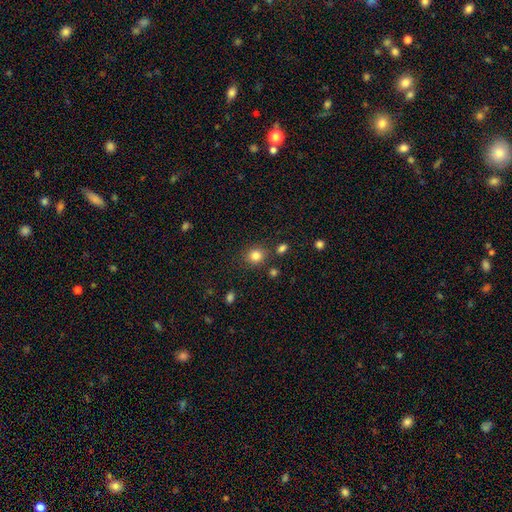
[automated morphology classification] smooth-or-featured: smooth: 83% | star or artifact: 12% | featured or disk: 5%
  how-rounded: round: 82% | in between: 17% | cigar-shaped: 1%
  merging: none: 81% | minor disturbance: 10% | merger: 5% | major disturbance: 4%